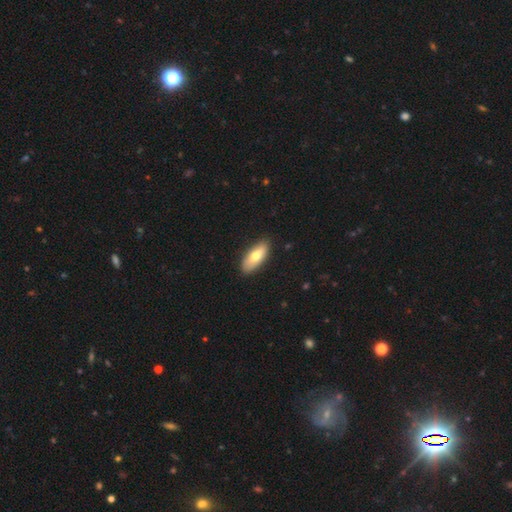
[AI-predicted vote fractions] This appears to be a smooth galaxy with no disk features (68%) that is in between round and cigar-shaped (80%). Merging: none (87%).